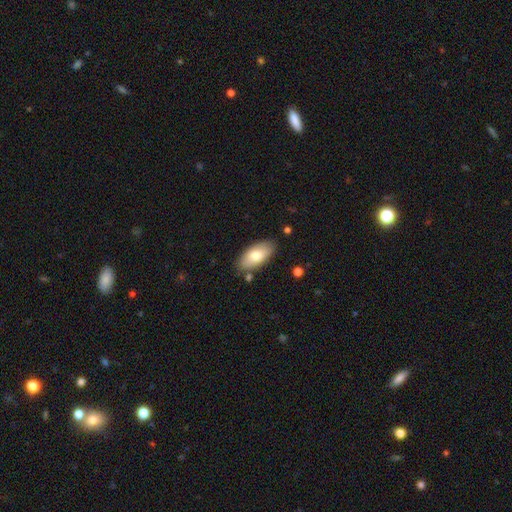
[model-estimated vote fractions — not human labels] smooth_or_featured: smooth (p=0.74) [alt: featured or disk p=0.19]
how_rounded: in between (p=0.91) [alt: cigar-shaped p=0.06]
merging: none (p=0.81) [alt: minor disturbance p=0.12]